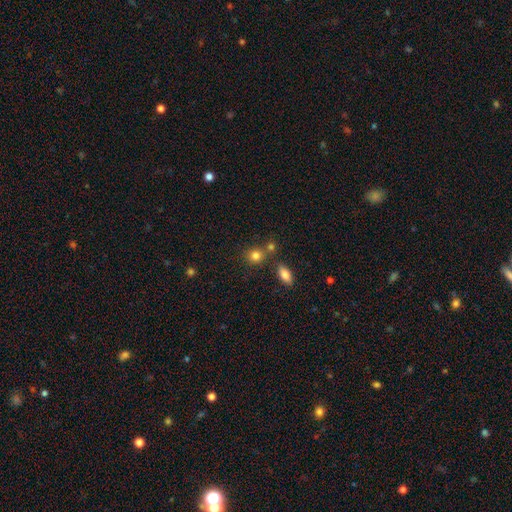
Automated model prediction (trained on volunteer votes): Smooth or featured? Predicted: smooth (p=0.82). How rounded? Predicted: round (p=0.76). Merging? Predicted: none (p=0.65).